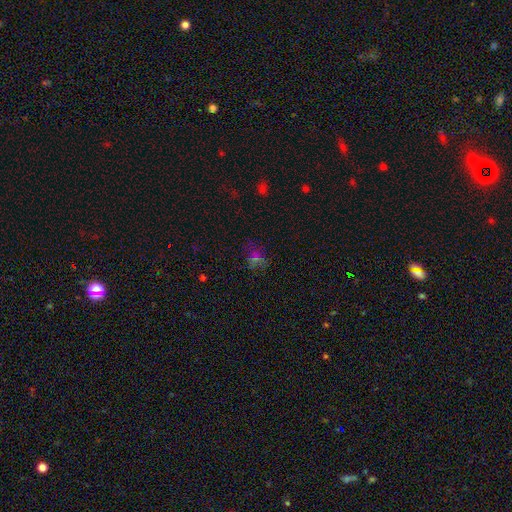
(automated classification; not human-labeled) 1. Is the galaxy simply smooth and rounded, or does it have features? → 46% smooth, 36% star or artifact, 17% featured or disk.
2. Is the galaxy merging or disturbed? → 62% none, 21% minor disturbance, 13% major disturbance, 4% merger.